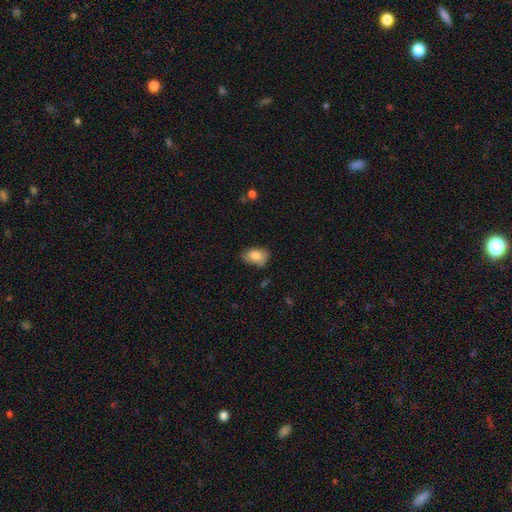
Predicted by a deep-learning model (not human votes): The model was most divided on "merging": none: 55%, minor disturbance: 33%, major disturbance: 8%, merger: 4%. More confident: how rounded — in between (84%); smooth or featured — smooth (80%).